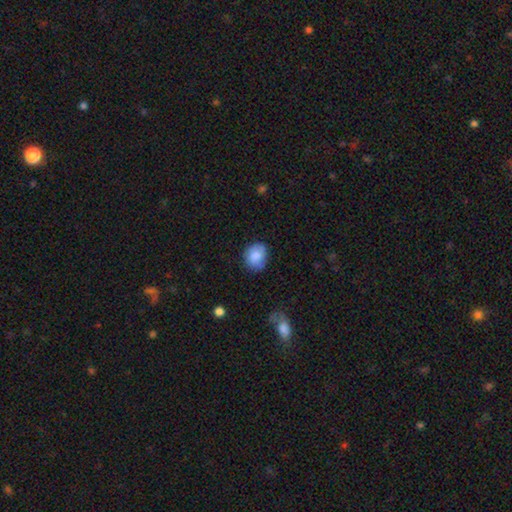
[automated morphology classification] A smooth galaxy with no disk features (82%) that is round (62%). Merging: none (76%).